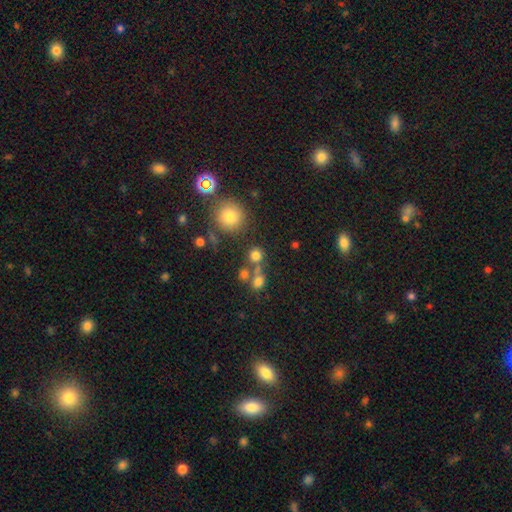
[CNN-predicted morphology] smooth 75%, star or artifact 17%, featured or disk 9%. Down the decision tree: how rounded — round (88%); merging — none (62%).